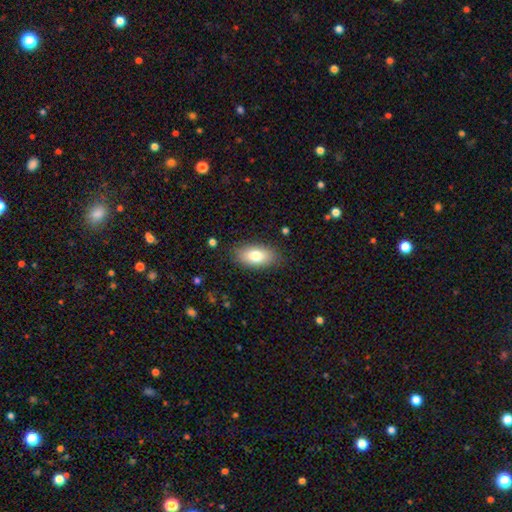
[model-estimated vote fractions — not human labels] Smooth or featured? smooth (80%)
How rounded? in between (92%)
Merging? none (85%)